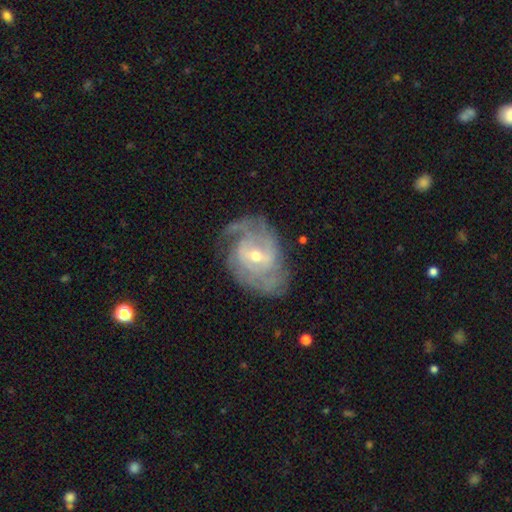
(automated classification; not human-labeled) A featured or disk galaxy (86%) with a weak bar (49%), 2 (35%) tight (51%) spiral arms (94%) and a small central bulge (51%).

Vote fractions:
- Smooth or featured? featured or disk: 86% / smooth: 8% / star or artifact: 6%
- Edge-on disk? no: 96% / yes: 4%
- Bar? weak: 49% / no: 35% / strong: 17%
- Spiral arms? yes: 94% / no: 6%
- Spiral winding? tight: 51% / medium: 36% / loose: 12%
- Spiral arm count? 2: 35% / can't tell: 30% / 3: 18% / 4: 7% / 1: 6% / more than 4: 5%
- Bulge size? small: 51% / moderate: 46% / large: 2% / none: 1% / dominant: 1%
- Merging? none: 65% / minor disturbance: 22% / major disturbance: 12% / merger: 2%